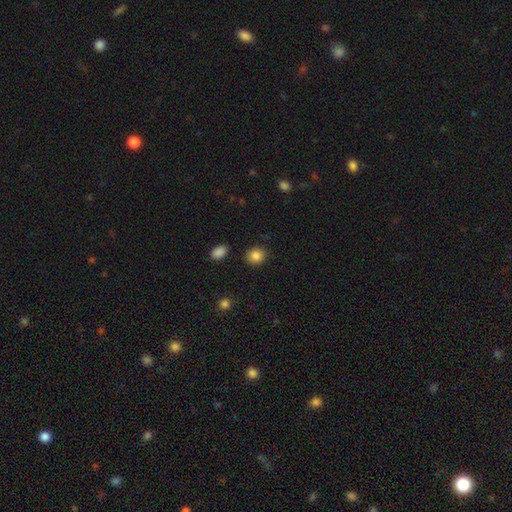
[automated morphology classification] Smooth or featured?
  - smooth: 86% *
  - star or artifact: 9%
  - featured or disk: 5%
How rounded?
  - round: 71% *
  - in between: 28%
  - cigar-shaped: 1%
Merging?
  - none: 88% *
  - minor disturbance: 8%
  - major disturbance: 2%
  - merger: 2%